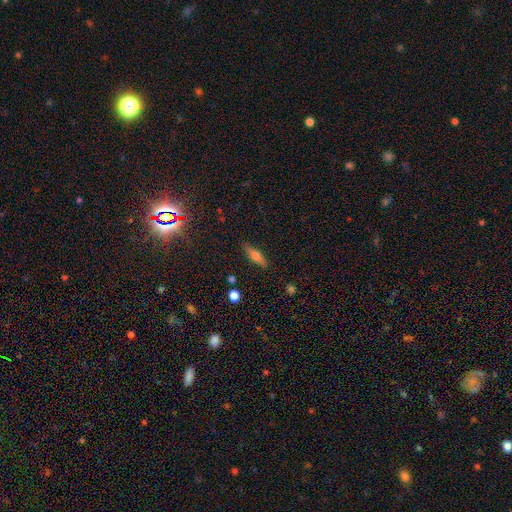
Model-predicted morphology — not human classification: smooth_or_featured: smooth (p=0.46) [alt: featured or disk p=0.44]
merging: none (p=0.87) [alt: minor disturbance p=0.10]